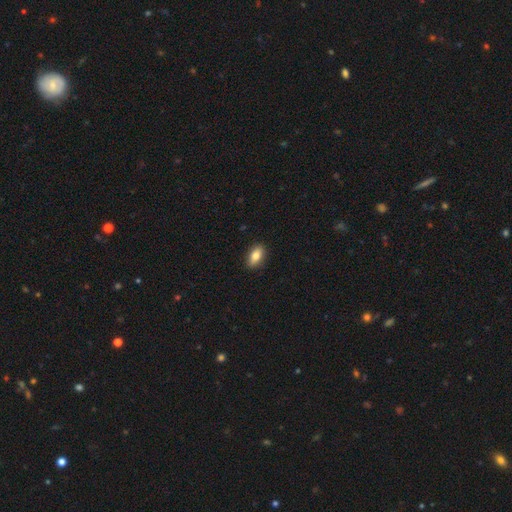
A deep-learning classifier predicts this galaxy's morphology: Q: Smooth or featured?
A: smooth (80%); runner-up: featured or disk (12%)
Q: How rounded?
A: in between (88%); runner-up: round (7%)
Q: Merging?
A: none (89%); runner-up: minor disturbance (8%)